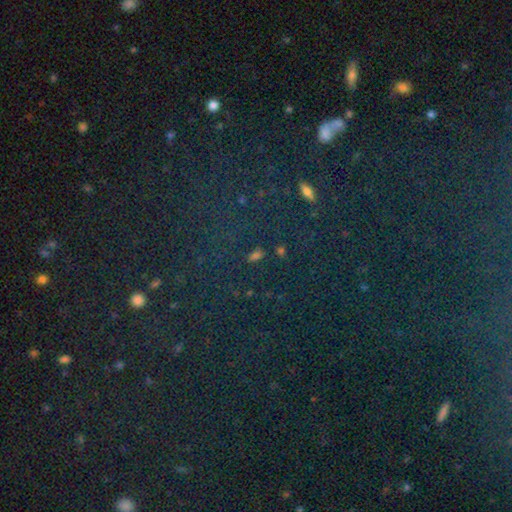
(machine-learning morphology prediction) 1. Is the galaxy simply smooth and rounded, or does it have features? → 77% star or artifact, 15% smooth, 8% featured or disk.